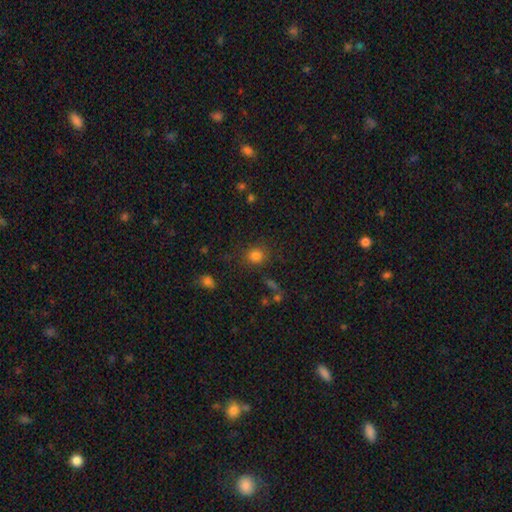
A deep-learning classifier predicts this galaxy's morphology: The model was most divided on "how rounded": round: 81%, in between: 18%, cigar-shaped: 1%. More confident: merging — none (82%); smooth or featured — smooth (80%).